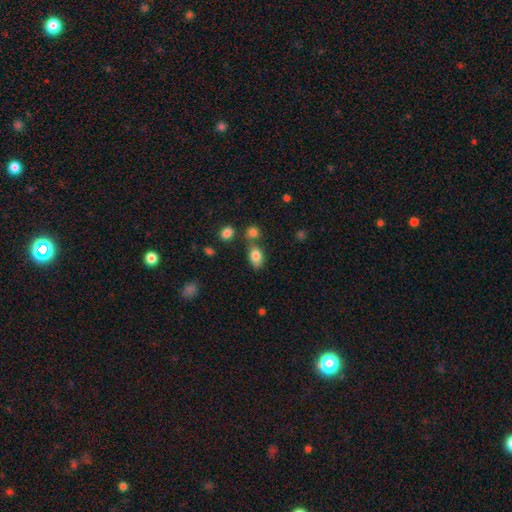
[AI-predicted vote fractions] smooth-or-featured: smooth: 82% | star or artifact: 9% | featured or disk: 8%
  how-rounded: in between: 81% | round: 17% | cigar-shaped: 2%
  merging: none: 61% | merger: 19% | minor disturbance: 15% | major disturbance: 5%